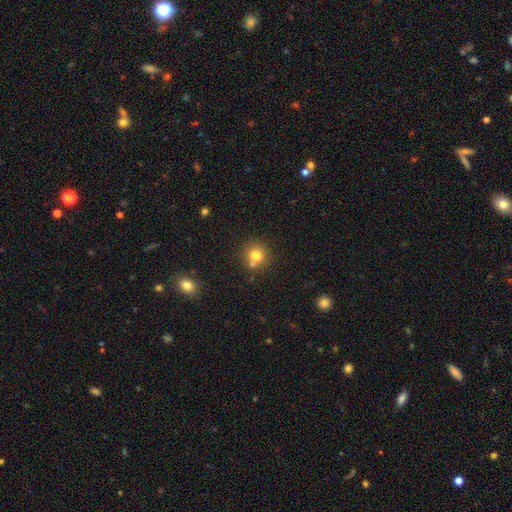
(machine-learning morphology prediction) This appears to be a smooth galaxy with no disk features (77%) that is round (90%). Merging: none (65%).